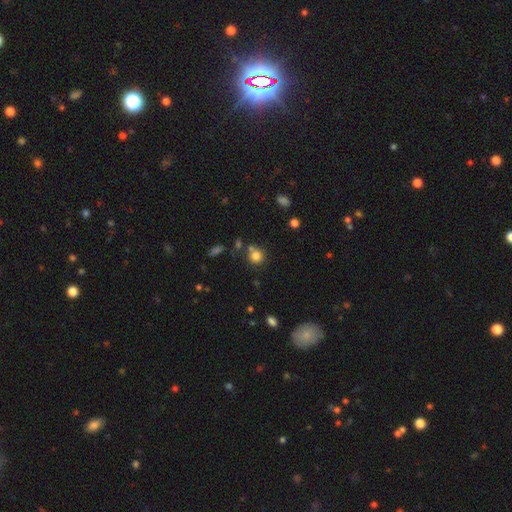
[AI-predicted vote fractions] Q: Smooth or featured?
A: smooth (80%); runner-up: star or artifact (13%)
Q: How rounded?
A: round (86%); runner-up: in between (12%)
Q: Merging?
A: none (67%); runner-up: merger (18%)